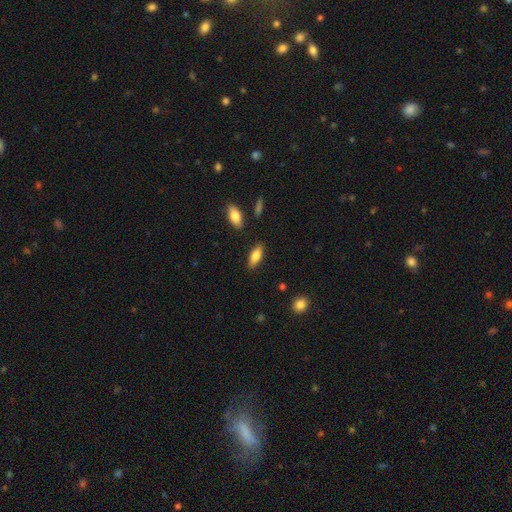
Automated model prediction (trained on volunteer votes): The model was most divided on "how rounded": in between: 80%, cigar-shaped: 18%, round: 2%. More confident: merging — none (85%); smooth or featured — smooth (81%).